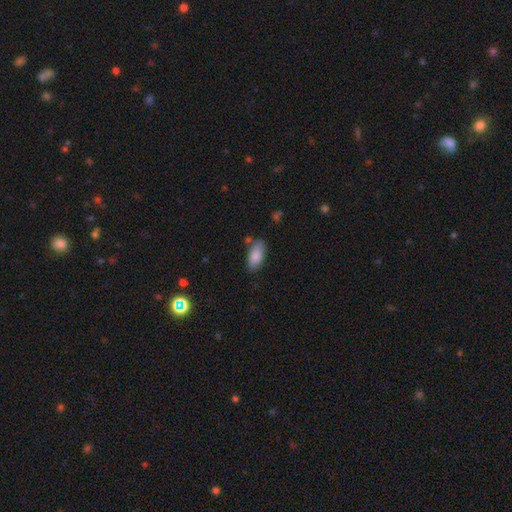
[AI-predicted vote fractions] Overall: smooth (85%). How rounded: in between (91%). Merging: none (75%).